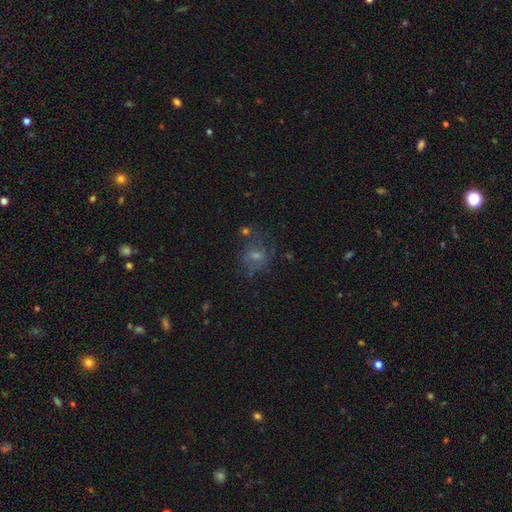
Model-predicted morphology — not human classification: type=smooth (41%); merging=none (63%).